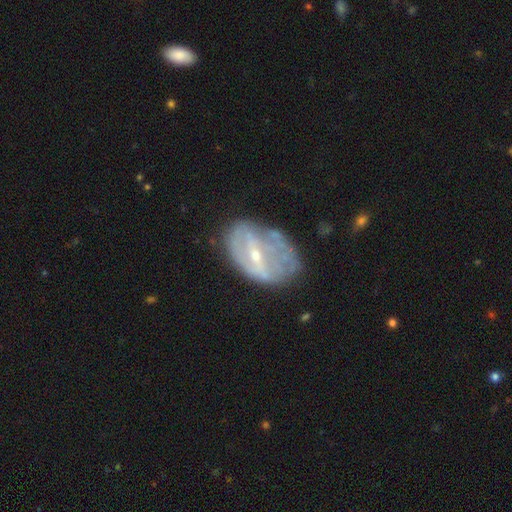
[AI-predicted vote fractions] Smooth or featured? Predicted: featured or disk (p=0.70). Edge-on disk? Predicted: no (p=0.94). Bar? Predicted: weak (p=0.41). Spiral arms? Predicted: no (p=0.57). Bulge size? Predicted: small (p=0.71). Merging? Predicted: none (p=0.49).